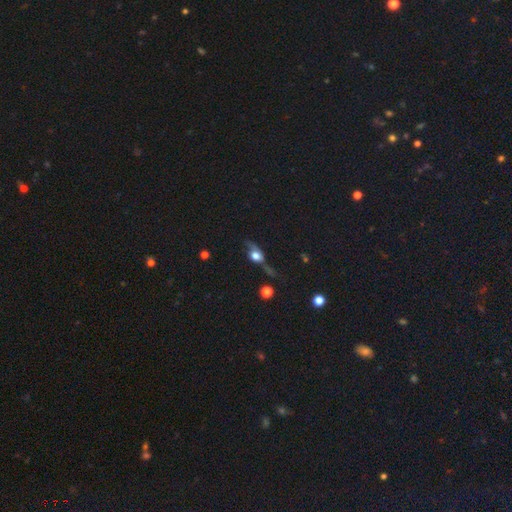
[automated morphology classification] smooth-or-featured: smooth: 44% | featured or disk: 43% | star or artifact: 13%
  merging: none: 46% | minor disturbance: 24% | major disturbance: 23% | merger: 7%